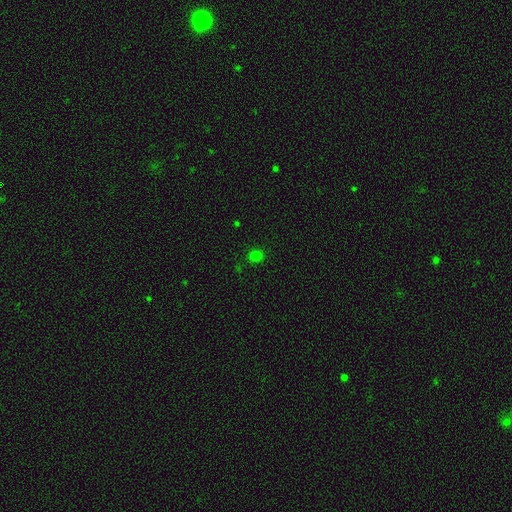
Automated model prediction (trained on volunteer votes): Smooth or featured? Predicted: smooth (p=0.76). How rounded? Predicted: round (p=0.83). Merging? Predicted: none (p=0.89).